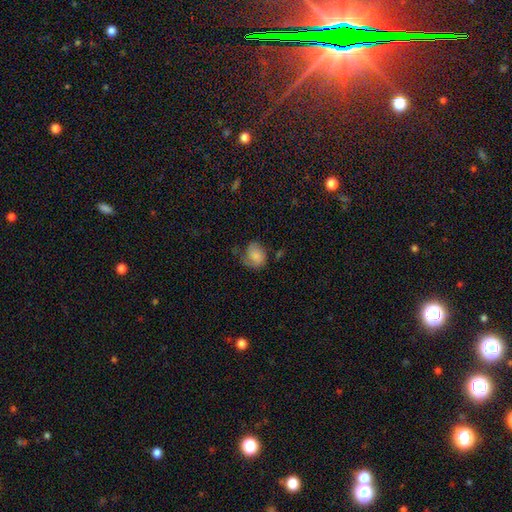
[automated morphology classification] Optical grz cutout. It shows a smooth galaxy with no disk features (74%) that is round (54%). Merging: none (43%).